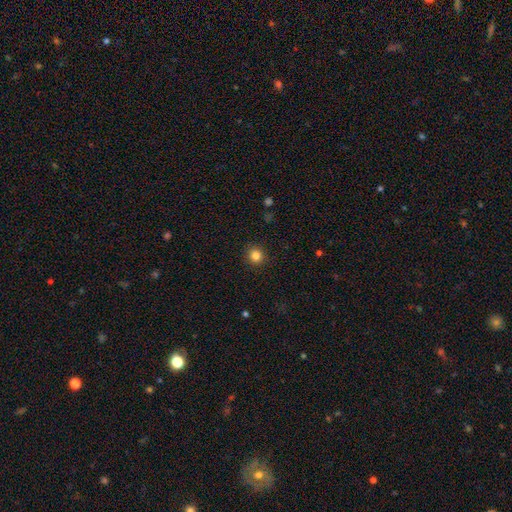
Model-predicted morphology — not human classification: A smooth galaxy with no disk features (84%) that is round (90%).

Vote fractions:
- Smooth or featured? smooth: 84% / star or artifact: 12% / featured or disk: 5%
- How rounded? round: 90% / in between: 9% / cigar-shaped: 1%
- Merging? none: 91% / minor disturbance: 6% / major disturbance: 2% / merger: 1%